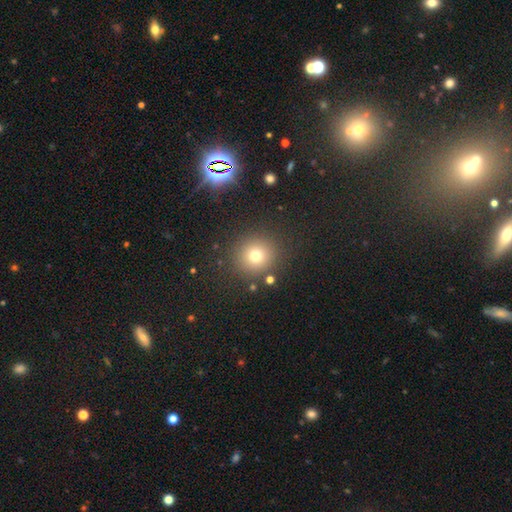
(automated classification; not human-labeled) smooth 74%, star or artifact 17%, featured or disk 9%. Down the decision tree: how rounded — round (92%); merging — none (87%).